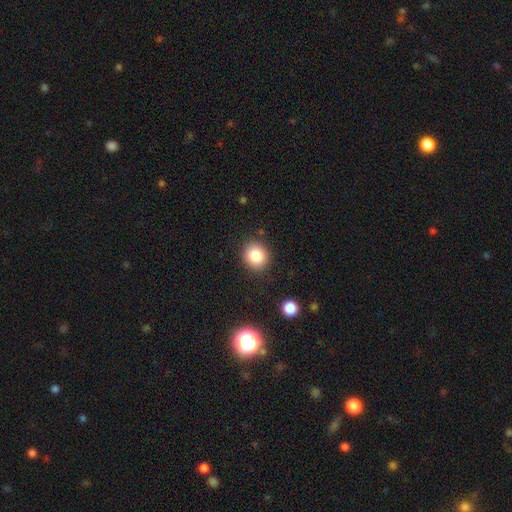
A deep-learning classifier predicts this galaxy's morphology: A smooth galaxy with no disk features (83%) that is round (81%). Merging: none (87%).